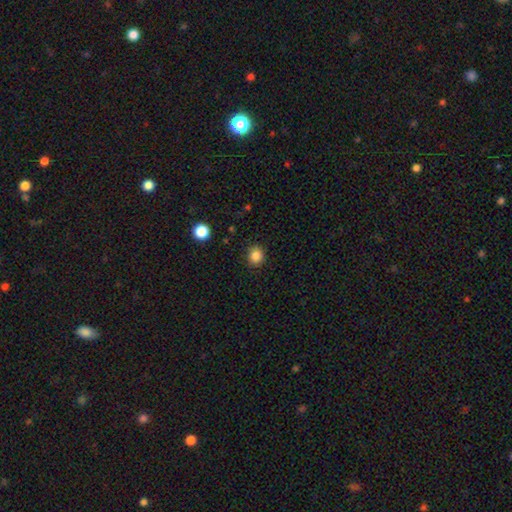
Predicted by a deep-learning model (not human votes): This is clearly a smooth galaxy (85%). How rounded: clearly round (83%). Merging: clearly none (90%).